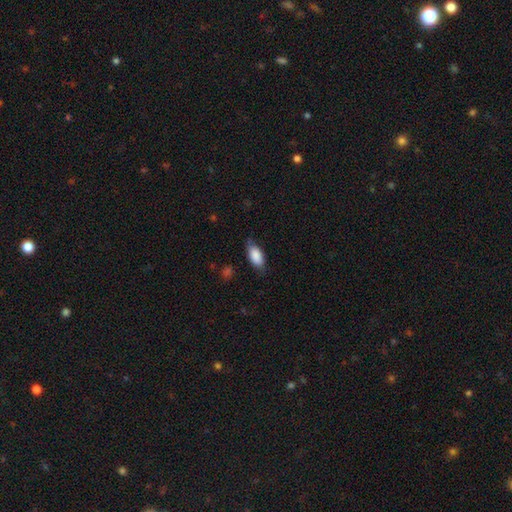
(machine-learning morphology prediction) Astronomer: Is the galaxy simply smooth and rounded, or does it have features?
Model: smooth — 86%.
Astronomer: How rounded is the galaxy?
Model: in between — 90%.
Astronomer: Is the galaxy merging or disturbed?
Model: none — 70%.